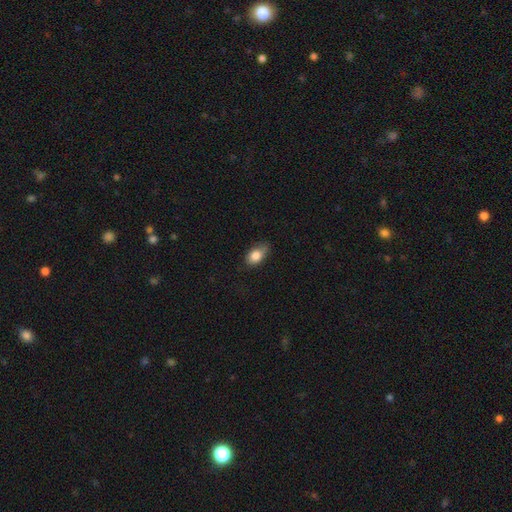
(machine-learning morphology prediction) A smooth galaxy with no disk features (82%) that is in between round and cigar-shaped (85%). Merging: none (61%).